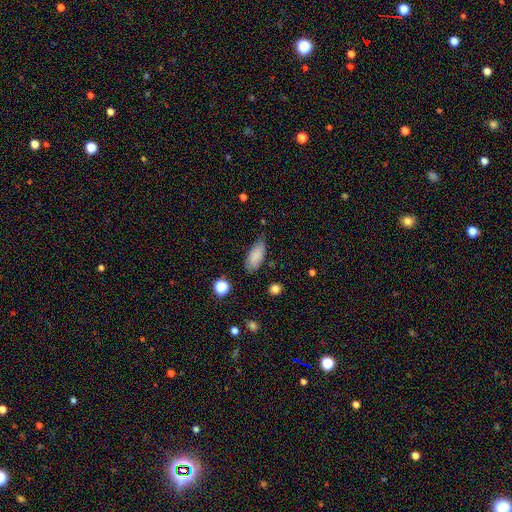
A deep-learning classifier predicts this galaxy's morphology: This appears to be a smooth galaxy with no disk features (85%) that is in between round and cigar-shaped (85%). Merging: none (68%).